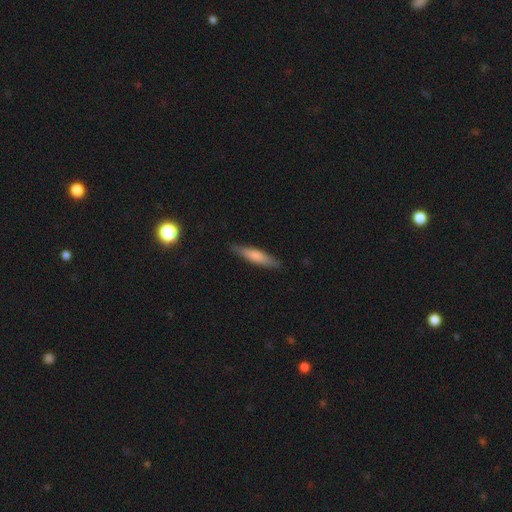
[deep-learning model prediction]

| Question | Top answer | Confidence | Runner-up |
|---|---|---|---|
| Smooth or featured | smooth | 73% | featured or disk (22%) |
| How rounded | cigar-shaped | 81% | in between (17%) |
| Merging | none | 86% | minor disturbance (11%) |